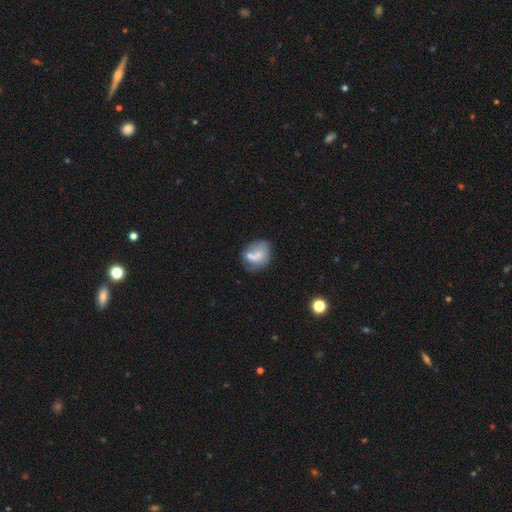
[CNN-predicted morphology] A smooth galaxy with no disk features (60%) that is in between round and cigar-shaped (54%).

Vote fractions:
- Smooth or featured? smooth: 60% / featured or disk: 30% / star or artifact: 9%
- How rounded? in between: 54% / round: 44% / cigar-shaped: 2%
- Merging? none: 38% / minor disturbance: 26% / merger: 18% / major disturbance: 17%